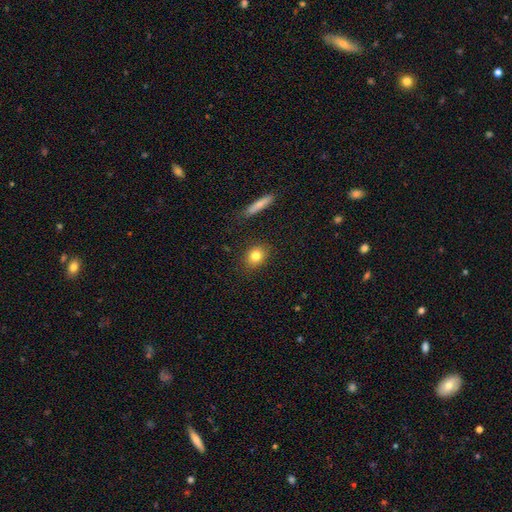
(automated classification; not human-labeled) Smooth or featured?
  - smooth: 80% *
  - featured or disk: 10%
  - star or artifact: 10%
How rounded?
  - round: 56% *
  - in between: 41%
  - cigar-shaped: 2%
Merging?
  - none: 87% *
  - minor disturbance: 9%
  - major disturbance: 2%
  - merger: 2%